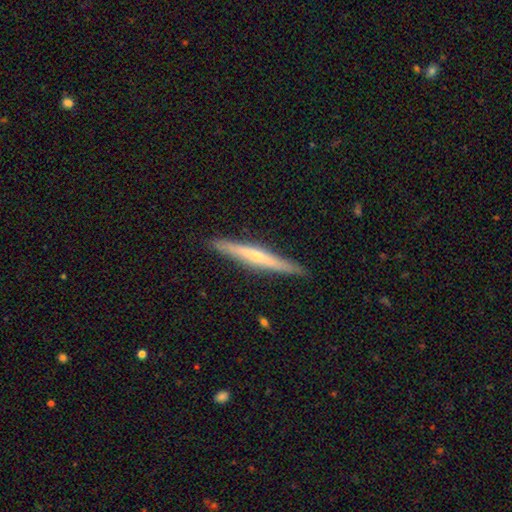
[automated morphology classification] smooth_or_featured: featured or disk (p=0.56) [alt: smooth p=0.39]
disk_edge_on: yes (p=0.96) [alt: no p=0.04]
edge_on_bulge: rounded (p=0.47) [alt: none p=0.46]
merging: none (p=0.90) [alt: minor disturbance p=0.08]